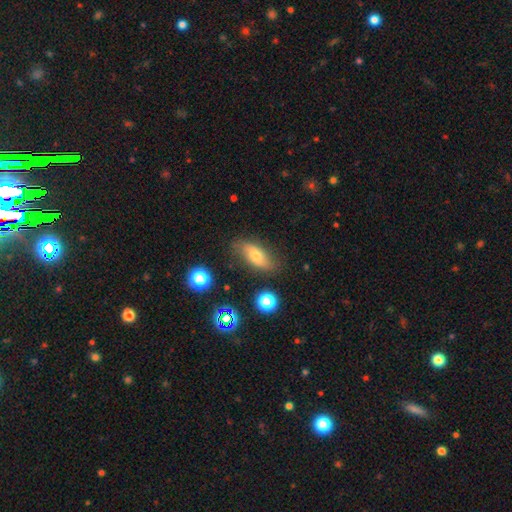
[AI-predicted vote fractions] A smooth galaxy with no disk features (62%) that is in between round and cigar-shaped (79%). Merging: none (77%).